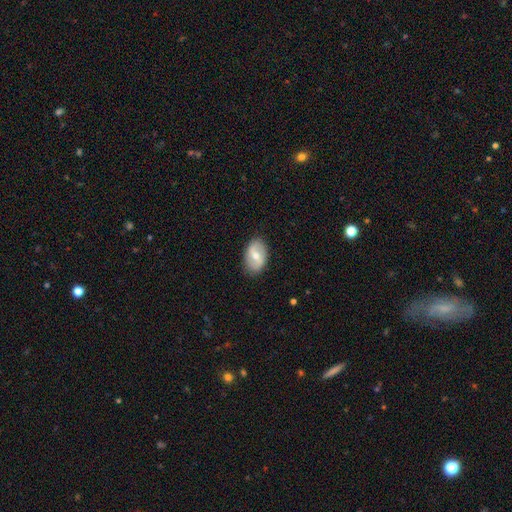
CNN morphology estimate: Smooth or featured: featured or disk — 49% (smooth — 45%)
Merging: none — 86% (minor disturbance — 10%)